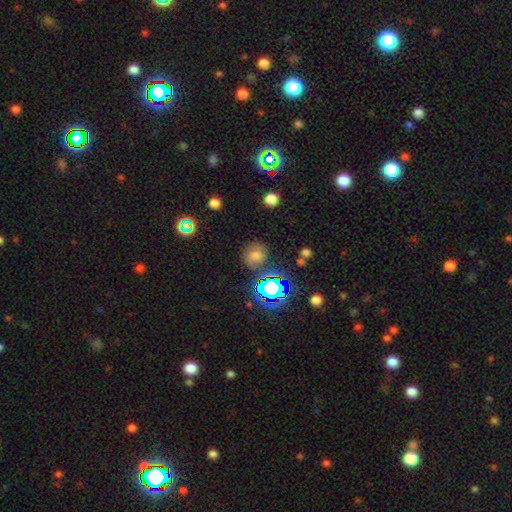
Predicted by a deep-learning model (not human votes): The model was most divided on "smooth or featured": smooth: 50%, star or artifact: 36%, featured or disk: 14%. More confident: merging — none (78%); how rounded — round (78%).